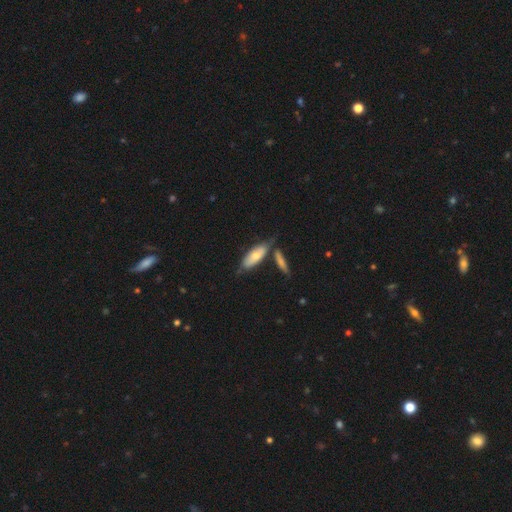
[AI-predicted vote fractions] Smooth or featured: smooth — 66% (featured or disk — 29%)
How rounded: in between — 69% (cigar-shaped — 29%)
Merging: none — 58% (minor disturbance — 19%)